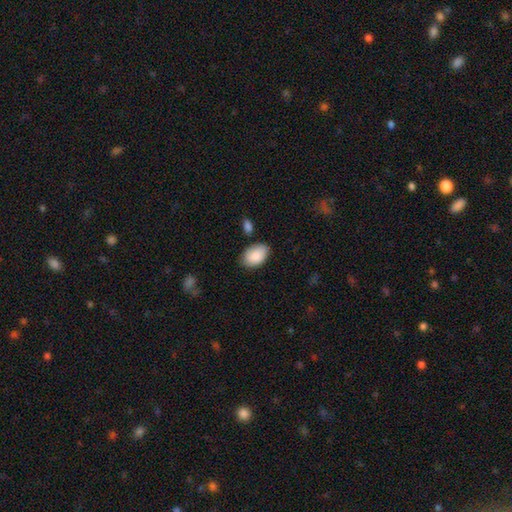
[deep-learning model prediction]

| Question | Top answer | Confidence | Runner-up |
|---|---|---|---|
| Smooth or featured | smooth | 89% | star or artifact (6%) |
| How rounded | in between | 91% | round (8%) |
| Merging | none | 79% | minor disturbance (14%) |